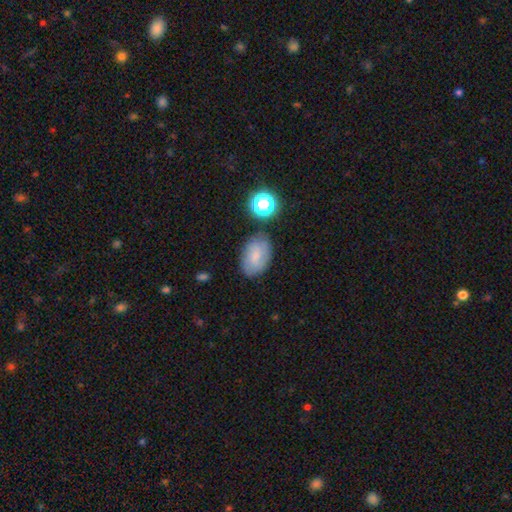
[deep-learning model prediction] Smooth or featured: smooth — 69% (featured or disk — 21%)
How rounded: in between — 86% (round — 13%)
Merging: none — 75% (minor disturbance — 16%)